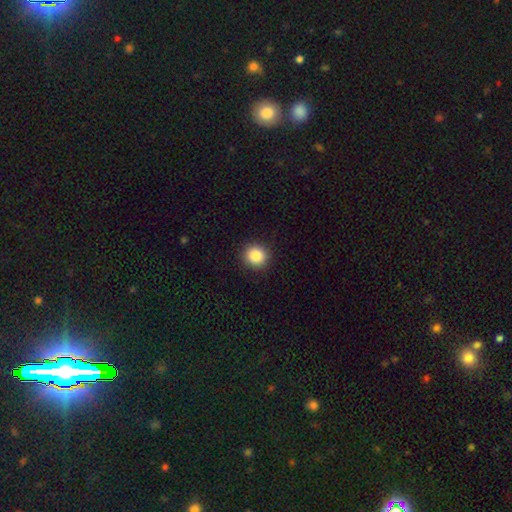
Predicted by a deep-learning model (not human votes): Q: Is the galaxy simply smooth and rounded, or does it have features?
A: smooth — 86%.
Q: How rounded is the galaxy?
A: round — 90%.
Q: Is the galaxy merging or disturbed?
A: none — 92%.